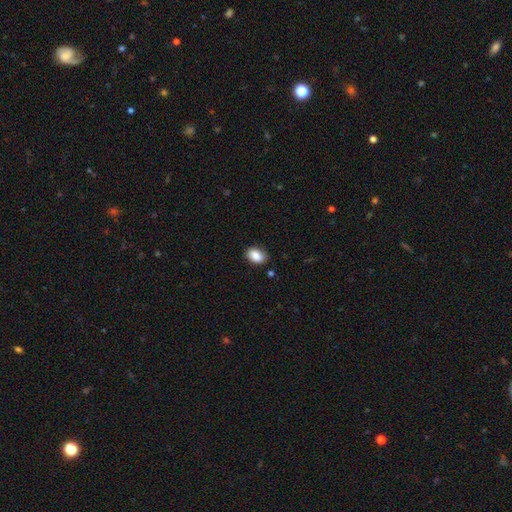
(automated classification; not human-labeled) Smooth or featured? smooth (86%)
How rounded? in between (86%)
Merging? none (83%)